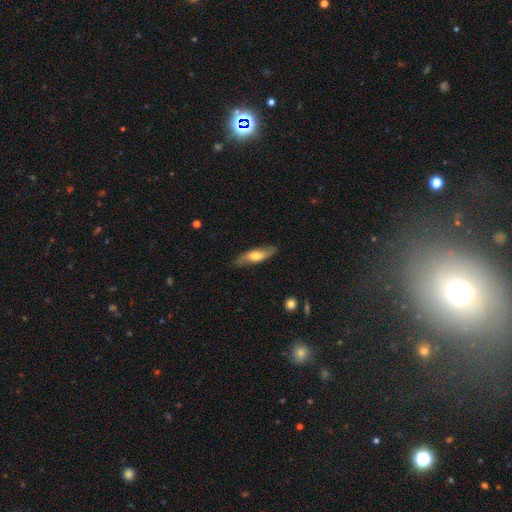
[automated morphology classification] Smooth or featured?
  - featured or disk: 49% *
  - smooth: 45%
  - star or artifact: 6%
Merging?
  - none: 82% *
  - minor disturbance: 13%
  - major disturbance: 3%
  - merger: 1%